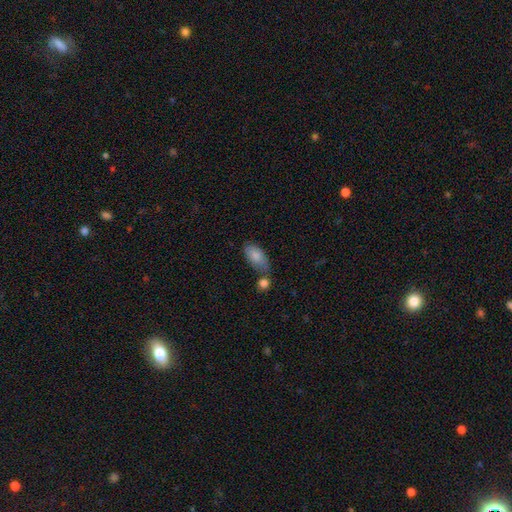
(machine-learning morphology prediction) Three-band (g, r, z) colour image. It shows a smooth galaxy with no disk features (82%) that is in between round and cigar-shaped (92%). Merging: none (50%).